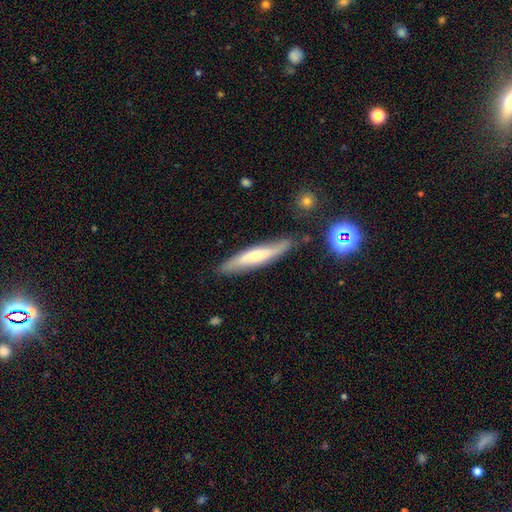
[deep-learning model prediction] The model was most divided on "smooth or featured": featured or disk: 47%, smooth: 46%, star or artifact: 6%. More confident: merging — none (79%).